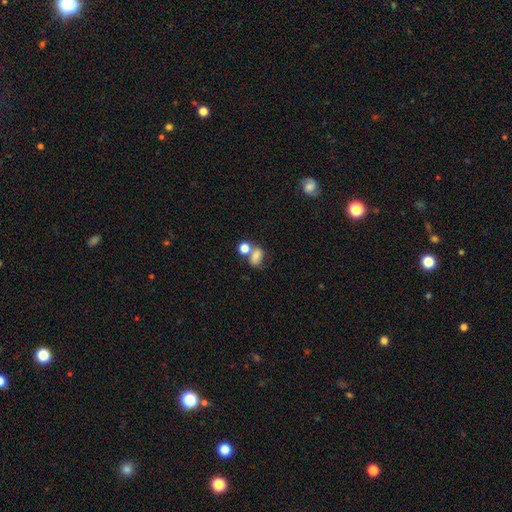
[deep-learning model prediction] smooth 72%, featured or disk 15%, star or artifact 13%. Down the decision tree: how rounded — in between (70%); merging — merger (45%).